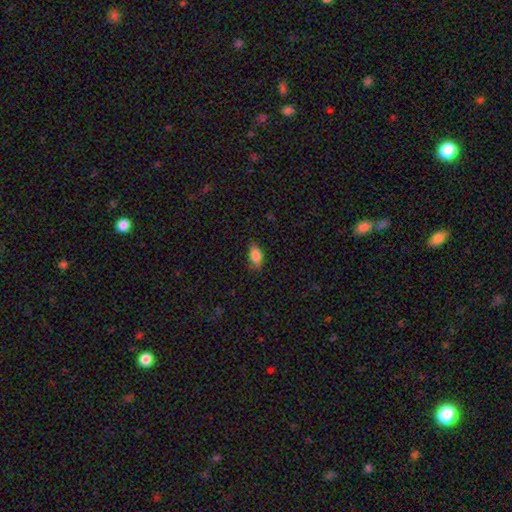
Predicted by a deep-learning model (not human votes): Smooth or featured? Predicted: smooth (p=0.86). How rounded? Predicted: in between (p=0.89). Merging? Predicted: none (p=0.82).